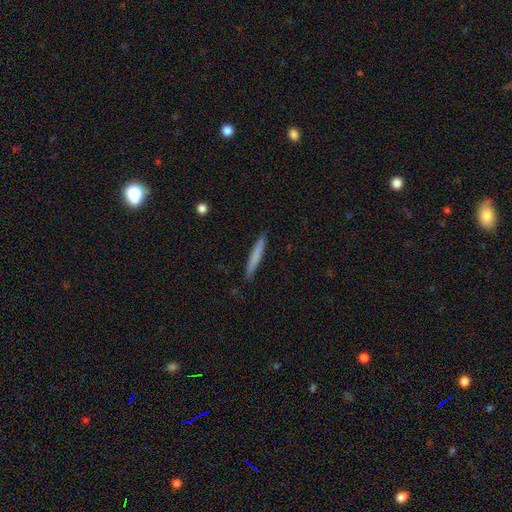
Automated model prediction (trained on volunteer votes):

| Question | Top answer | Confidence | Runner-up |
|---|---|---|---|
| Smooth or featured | smooth | 72% | featured or disk (23%) |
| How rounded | cigar-shaped | 96% | in between (2%) |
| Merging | none | 89% | minor disturbance (8%) |